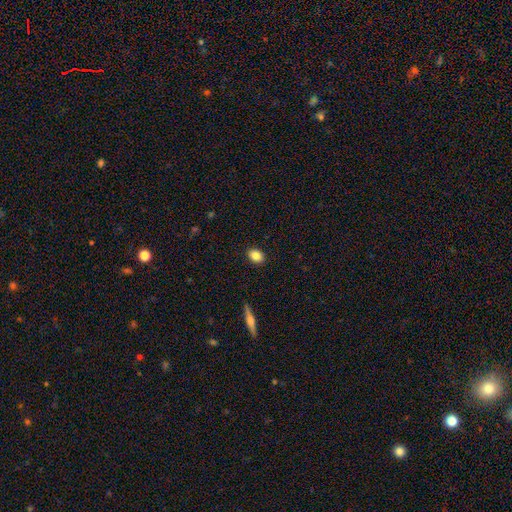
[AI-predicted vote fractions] Smooth or featured? Predicted: smooth (p=0.85). How rounded? Predicted: in between (p=0.76). Merging? Predicted: none (p=0.90).